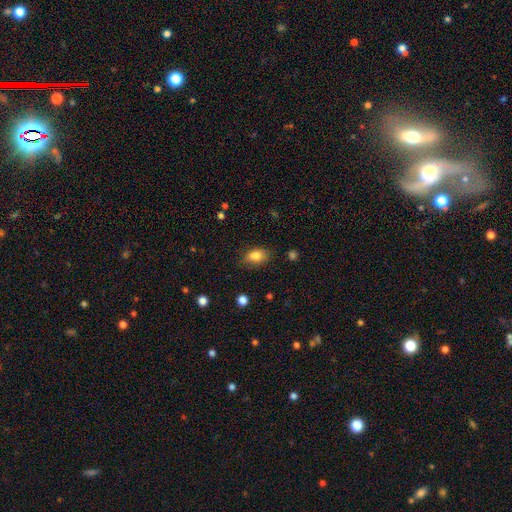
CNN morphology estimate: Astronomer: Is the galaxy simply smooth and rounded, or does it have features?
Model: smooth — 84%.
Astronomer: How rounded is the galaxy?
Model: in between — 85%.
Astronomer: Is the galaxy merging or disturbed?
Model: none — 77%.